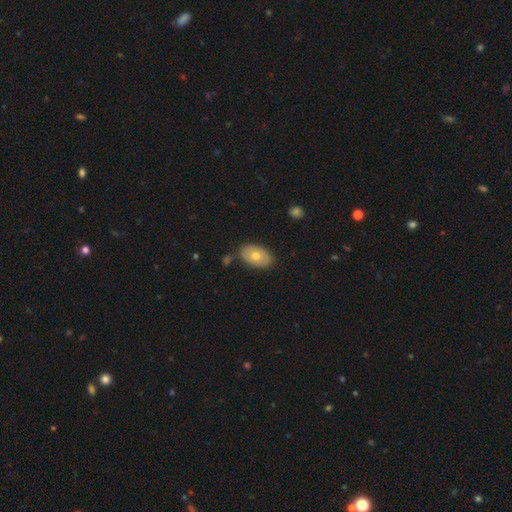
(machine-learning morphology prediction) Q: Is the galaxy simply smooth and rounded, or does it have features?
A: smooth — 63%.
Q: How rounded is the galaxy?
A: in between — 89%.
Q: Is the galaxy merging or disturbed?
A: none — 79%.